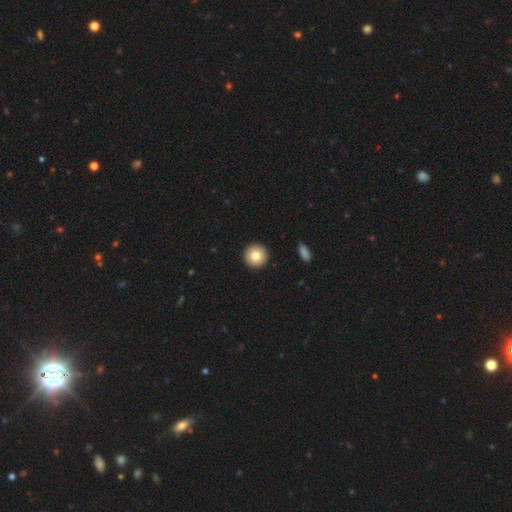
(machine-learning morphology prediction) type=smooth (80%); roundness=round (96%); merging=none (93%).